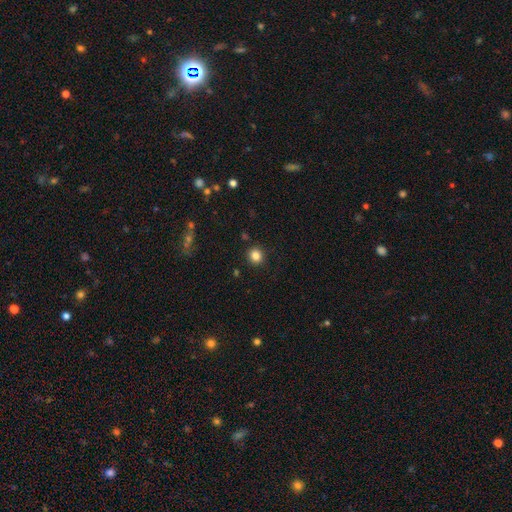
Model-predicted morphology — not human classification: smooth 83%, star or artifact 12%, featured or disk 5%. Down the decision tree: how rounded — round (89%); merging — none (91%).